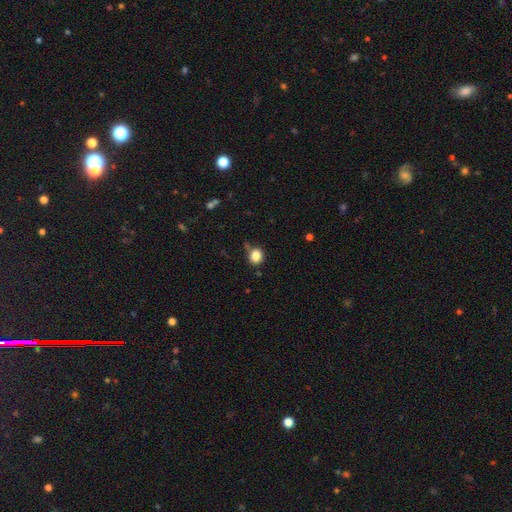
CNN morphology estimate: Smooth or featured?
  - smooth: 84% *
  - star or artifact: 11%
  - featured or disk: 5%
How rounded?
  - round: 80% *
  - in between: 19%
  - cigar-shaped: 1%
Merging?
  - none: 76% *
  - minor disturbance: 16%
  - merger: 5%
  - major disturbance: 4%